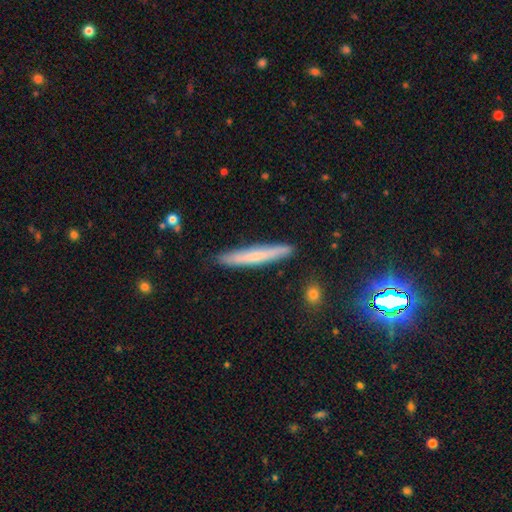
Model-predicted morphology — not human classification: Overall: smooth (59%; featured or disk 34%). How rounded: cigar-shaped (95%). Merging: none (87%).